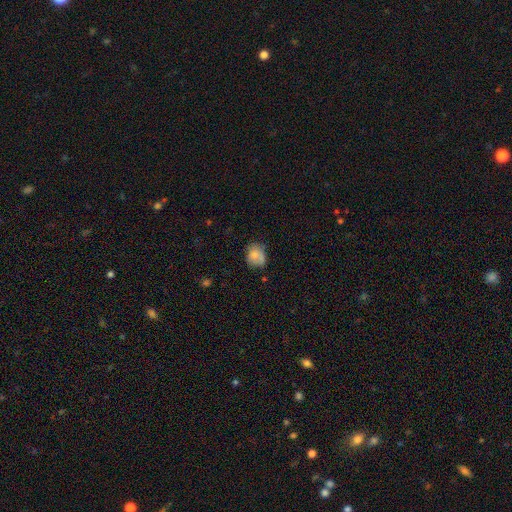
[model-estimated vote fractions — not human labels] This is likely a smooth galaxy (73%). How rounded: possibly round (57%). Merging: possibly none (50%).